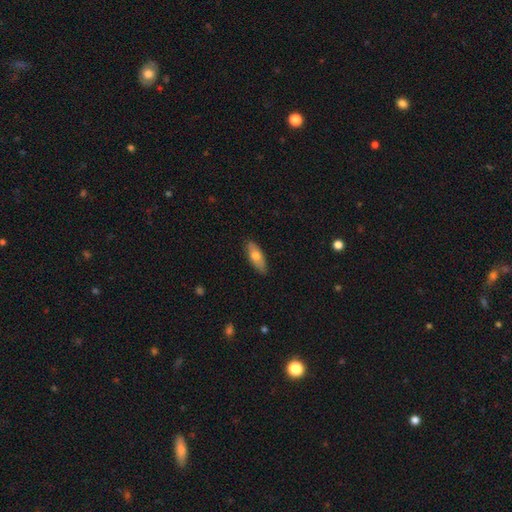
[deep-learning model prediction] Smooth or featured? Predicted: smooth (p=0.67). How rounded? Predicted: in between (p=0.73). Merging? Predicted: none (p=0.84).